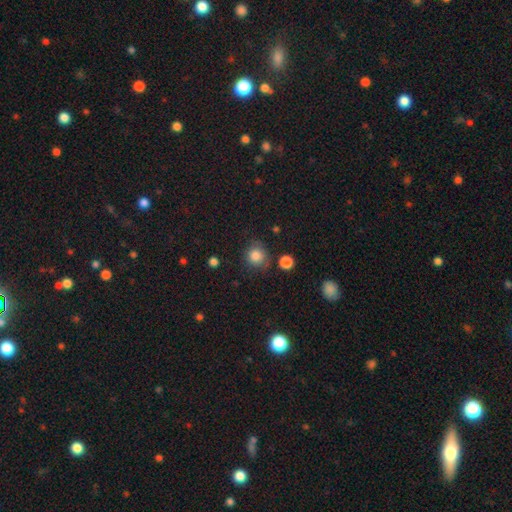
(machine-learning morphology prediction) Q: Smooth or featured?
A: smooth (84%); runner-up: star or artifact (11%)
Q: How rounded?
A: round (88%); runner-up: in between (11%)
Q: Merging?
A: none (76%); runner-up: minor disturbance (15%)